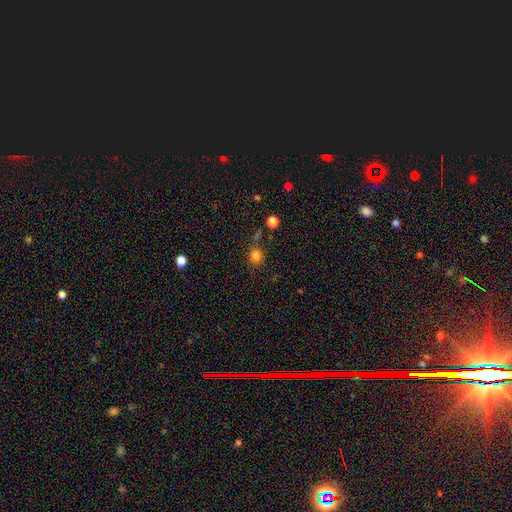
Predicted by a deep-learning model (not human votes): Smooth or featured: smooth — 81% (star or artifact — 14%)
How rounded: round — 80% (in between — 19%)
Merging: none — 71% (minor disturbance — 13%)